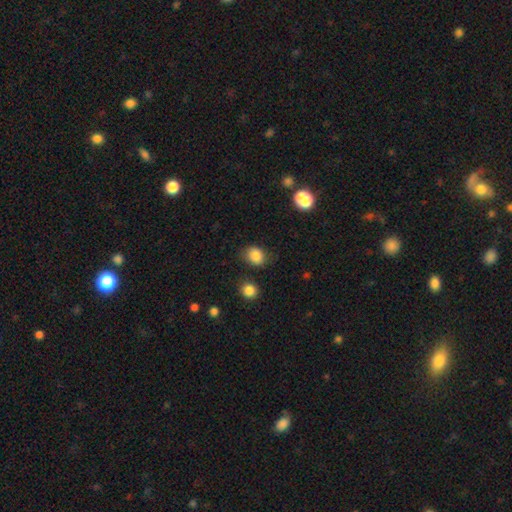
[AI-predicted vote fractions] smooth 85%, star or artifact 10%, featured or disk 5%. Down the decision tree: how rounded — in between (53%); merging — none (74%).